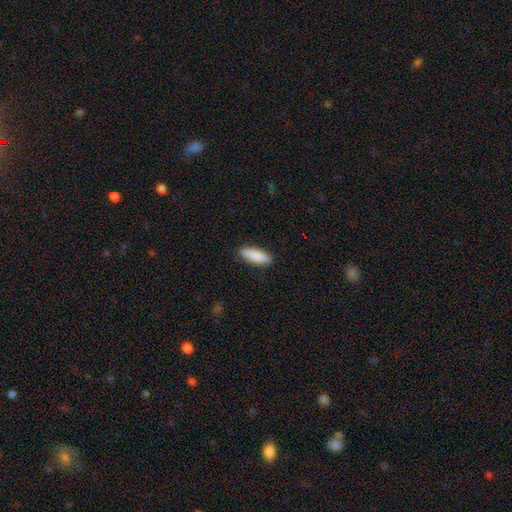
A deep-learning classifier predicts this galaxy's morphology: This is clearly a smooth galaxy (88%). How rounded: possibly in between (56%). Merging: clearly none (86%).